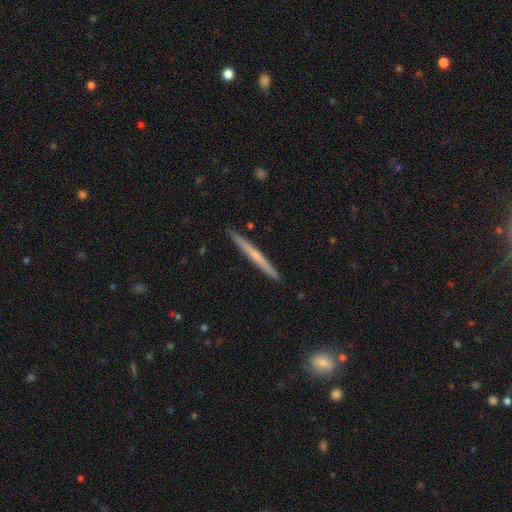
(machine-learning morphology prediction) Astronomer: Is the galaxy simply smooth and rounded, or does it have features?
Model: featured or disk — 49% (runner-up: smooth, 46%).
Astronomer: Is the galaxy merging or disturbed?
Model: none — 92%.